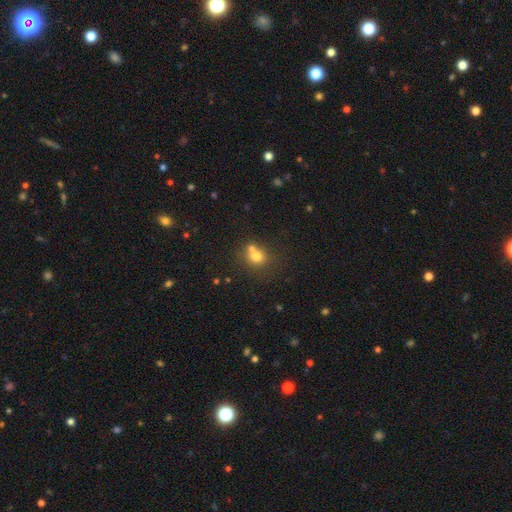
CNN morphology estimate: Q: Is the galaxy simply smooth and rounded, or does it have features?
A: smooth — 73%.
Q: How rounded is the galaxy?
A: round — 73%.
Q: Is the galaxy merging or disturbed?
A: none — 45%.